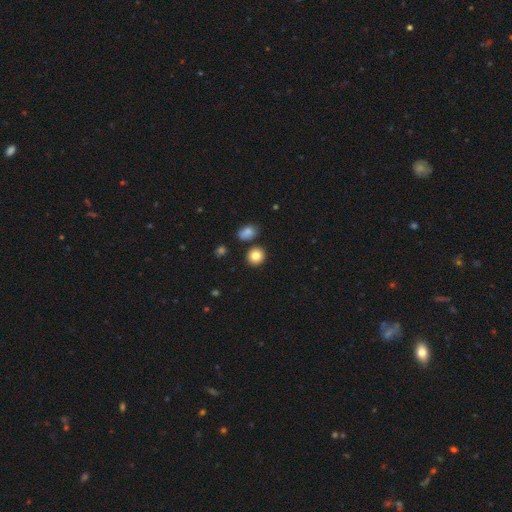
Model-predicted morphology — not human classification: Q: Smooth or featured?
A: smooth (83%); runner-up: star or artifact (10%)
Q: How rounded?
A: round (84%); runner-up: in between (15%)
Q: Merging?
A: none (84%); runner-up: minor disturbance (8%)